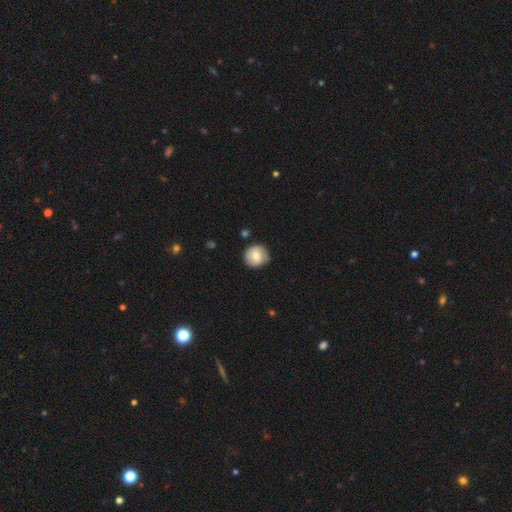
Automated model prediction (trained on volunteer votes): Smooth or featured: smooth — 71% (featured or disk — 21%)
How rounded: round — 92% (in between — 7%)
Merging: none — 81% (minor disturbance — 14%)